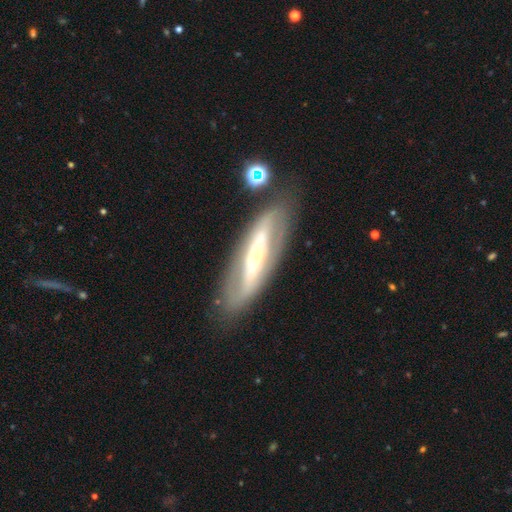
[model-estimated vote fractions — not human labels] Overall: featured or disk (72%). Edge-on disk: no (76%). Bar: no (52%; strong 29%). Spiral arms: no (55%; yes 45%). Bulge size: small (60%; moderate 34%). Merging: none (76%).